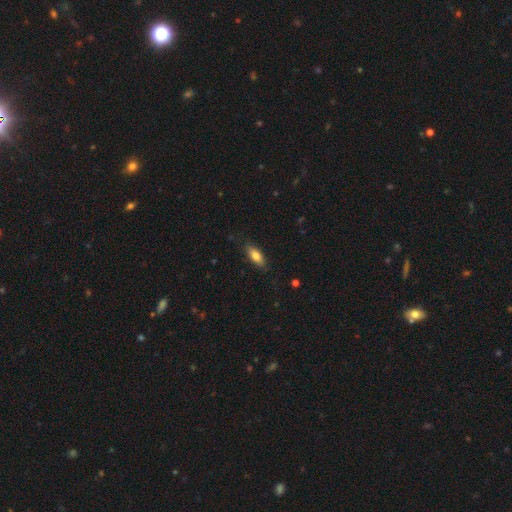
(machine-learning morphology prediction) A smooth galaxy with no disk features (79%) that is in between round and cigar-shaped (72%). Merging: none (83%).